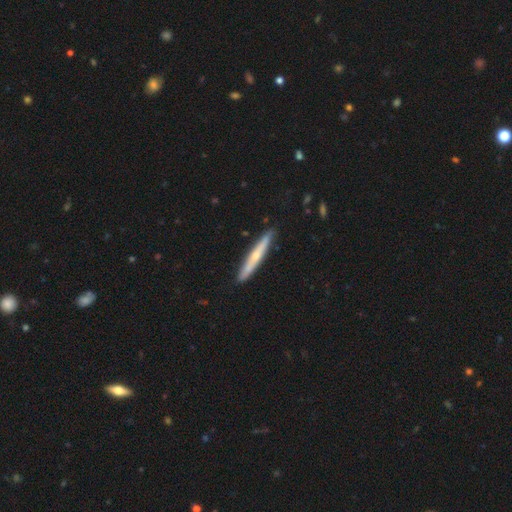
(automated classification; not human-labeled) Smooth or featured? featured or disk (54%)
Edge-on disk? yes (94%)
Edge-on bulge? rounded (73%)
Merging? none (90%)